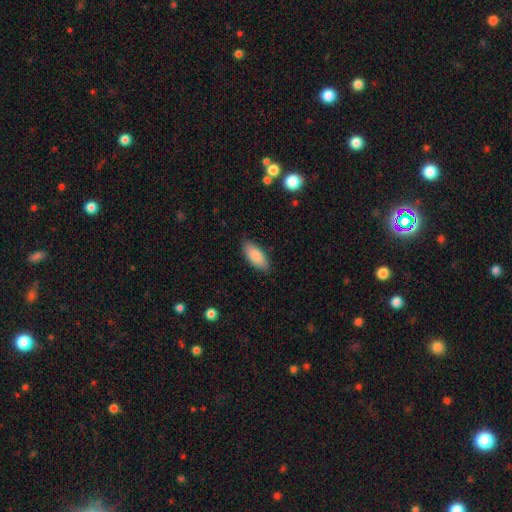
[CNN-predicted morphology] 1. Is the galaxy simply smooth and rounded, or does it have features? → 86% smooth, 8% featured or disk, 6% star or artifact.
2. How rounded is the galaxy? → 85% in between, 13% cigar-shaped, 2% round.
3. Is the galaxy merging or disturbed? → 86% none, 10% minor disturbance, 2% major disturbance, 1% merger.